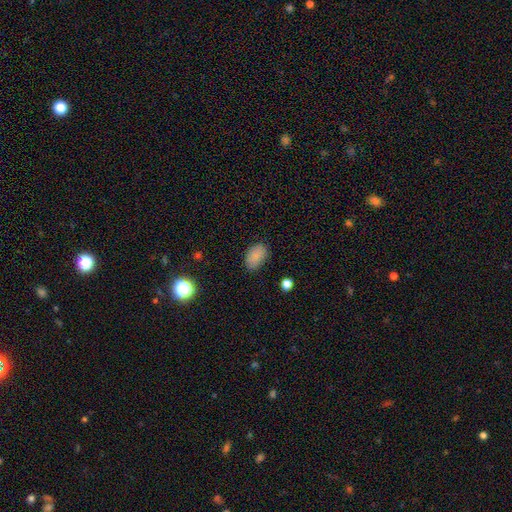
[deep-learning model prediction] This appears to be a smooth galaxy with no disk features (83%) that is in between round and cigar-shaped (90%). Merging: none (83%).